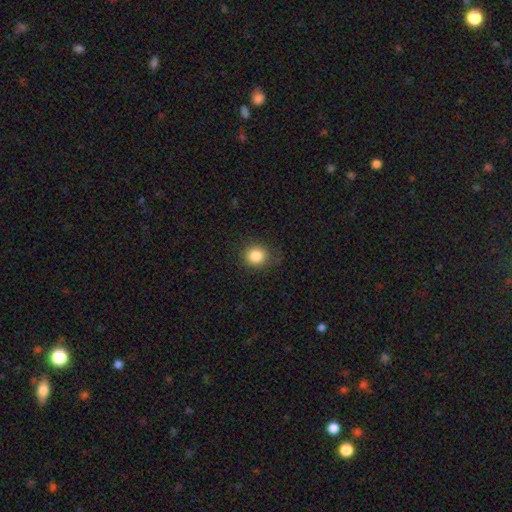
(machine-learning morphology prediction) Q: Smooth or featured?
A: smooth (85%); runner-up: star or artifact (10%)
Q: How rounded?
A: round (84%); runner-up: in between (15%)
Q: Merging?
A: none (83%); runner-up: minor disturbance (12%)